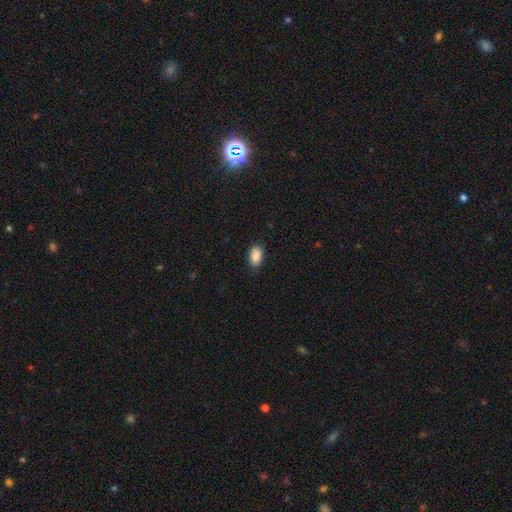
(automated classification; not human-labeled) A smooth galaxy with no disk features (90%) that is in between round and cigar-shaped (92%). Merging: none (86%).